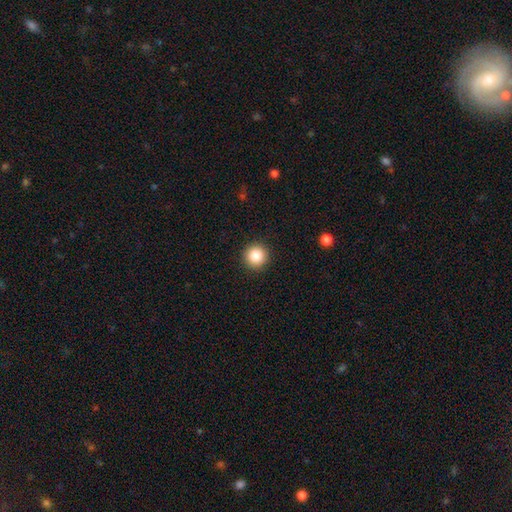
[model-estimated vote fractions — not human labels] The model was most divided on "smooth or featured": smooth: 86%, star or artifact: 9%, featured or disk: 4%. More confident: how rounded — round (95%); merging — none (93%).